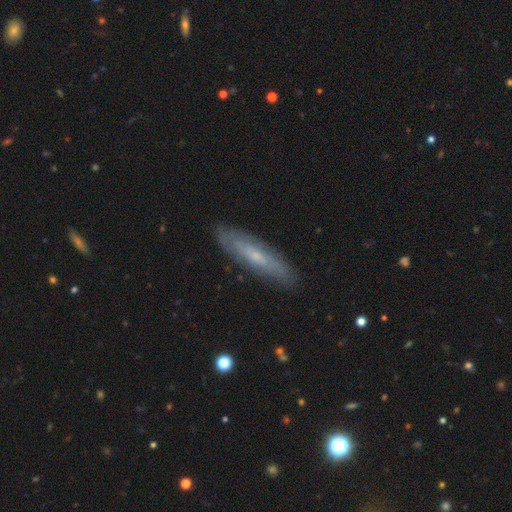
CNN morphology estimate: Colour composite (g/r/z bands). It shows a featured or disk galaxy (51%) viewed edge-on (57%). Merging: none (86%).